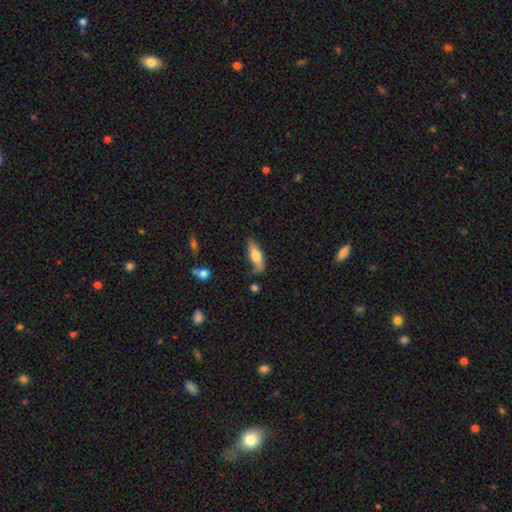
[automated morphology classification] Smooth or featured?
  - smooth: 64% *
  - featured or disk: 29%
  - star or artifact: 6%
How rounded?
  - in between: 56% *
  - cigar-shaped: 42%
  - round: 2%
Merging?
  - none: 65% *
  - minor disturbance: 25%
  - major disturbance: 6%
  - merger: 4%